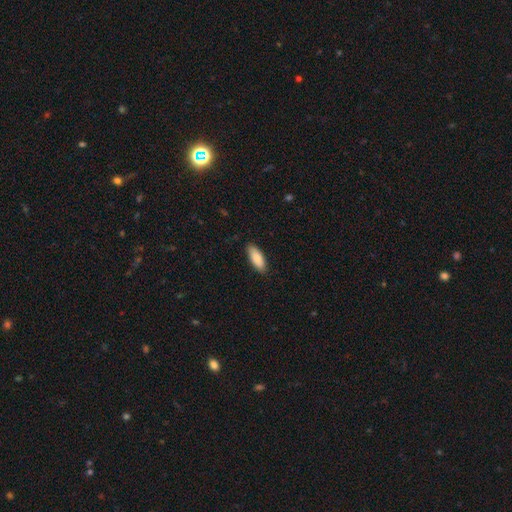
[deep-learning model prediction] Q: Smooth or featured?
A: smooth (88%); runner-up: featured or disk (6%)
Q: How rounded?
A: in between (77%); runner-up: cigar-shaped (21%)
Q: Merging?
A: none (87%); runner-up: minor disturbance (10%)